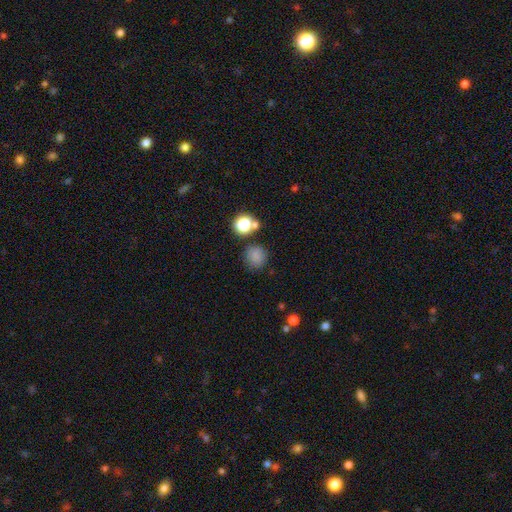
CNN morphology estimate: The model was most divided on "smooth or featured": smooth: 79%, star or artifact: 16%, featured or disk: 6%. More confident: how rounded — round (89%); merging — none (76%).